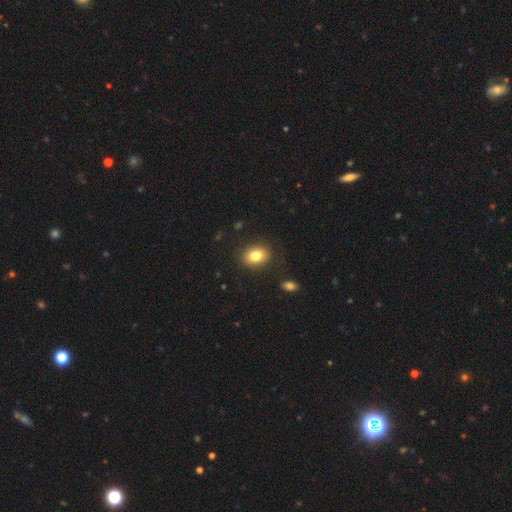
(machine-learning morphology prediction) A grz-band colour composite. It shows a smooth galaxy with no disk features (81%) that is in between round and cigar-shaped (59%). Merging: none (86%).